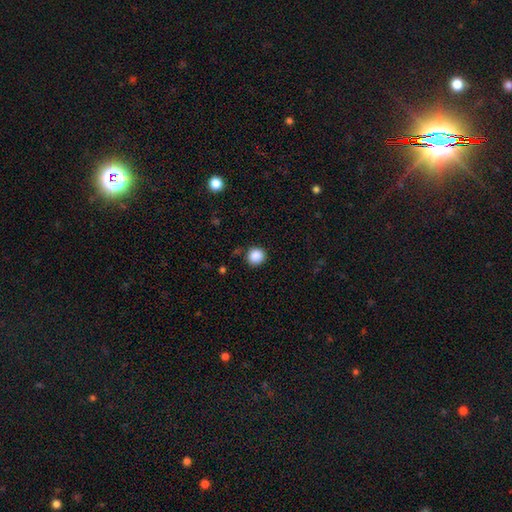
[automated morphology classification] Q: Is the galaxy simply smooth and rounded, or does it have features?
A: smooth — 88%.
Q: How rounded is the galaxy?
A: round — 94%.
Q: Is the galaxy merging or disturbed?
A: none — 89%.